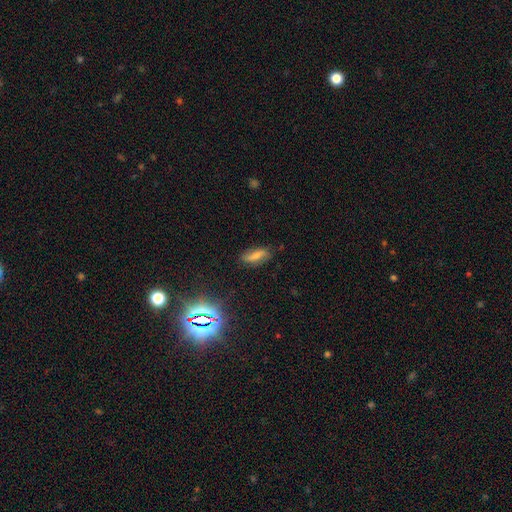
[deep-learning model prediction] Smooth or featured?
  - smooth: 56% *
  - featured or disk: 31%
  - star or artifact: 13%
How rounded?
  - in between: 65% *
  - cigar-shaped: 31%
  - round: 4%
Merging?
  - none: 75% *
  - minor disturbance: 18%
  - major disturbance: 5%
  - merger: 2%